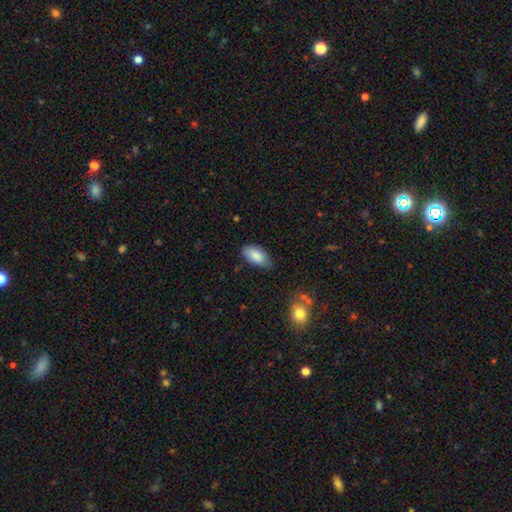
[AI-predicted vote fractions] Morphology: type=smooth (86%); roundness=in between (93%); merging=none (72%).